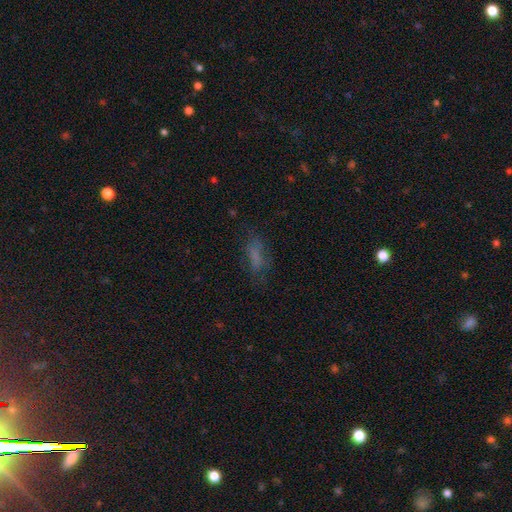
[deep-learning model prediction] This is possibly a smooth galaxy (59%). How rounded: likely in between (65%). Merging: possibly none (59%).